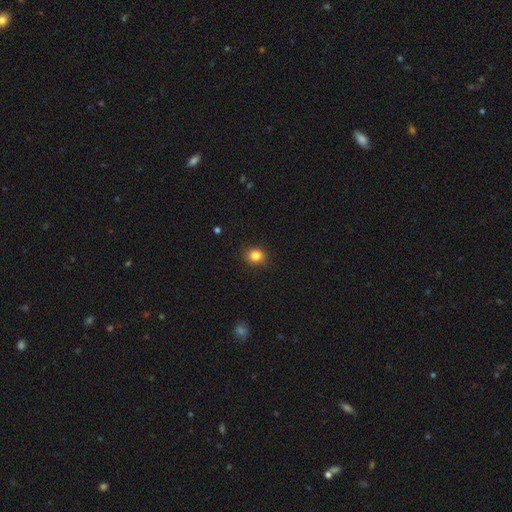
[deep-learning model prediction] The model was most divided on "how rounded": round: 71%, in between: 28%, cigar-shaped: 1%. More confident: merging — none (89%); smooth or featured — smooth (84%).